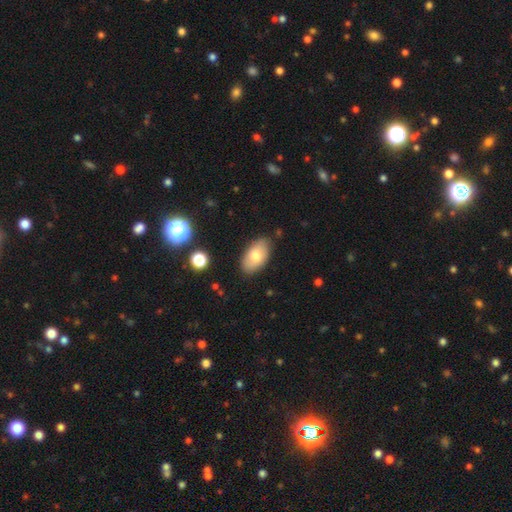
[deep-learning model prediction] smooth-or-featured: smooth: 74% | featured or disk: 19% | star or artifact: 7%
  how-rounded: in between: 94% | round: 4% | cigar-shaped: 2%
  merging: none: 83% | minor disturbance: 13% | major disturbance: 3% | merger: 2%